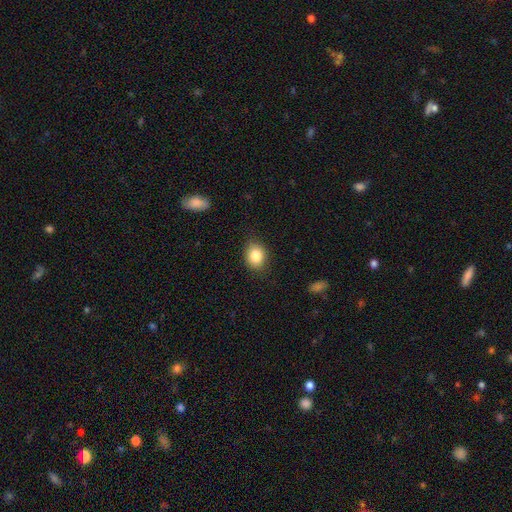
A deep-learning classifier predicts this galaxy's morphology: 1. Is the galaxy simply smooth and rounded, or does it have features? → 83% smooth, 9% star or artifact, 8% featured or disk.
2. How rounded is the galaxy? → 53% in between, 46% round, 1% cigar-shaped.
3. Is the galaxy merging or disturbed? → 84% none, 12% minor disturbance, 3% major disturbance, 1% merger.